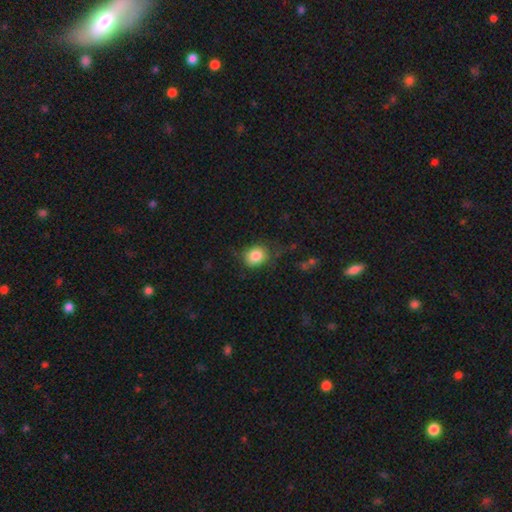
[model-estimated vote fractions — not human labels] Smooth or featured: smooth — 84% (star or artifact — 9%)
How rounded: round — 61% (in between — 38%)
Merging: none — 70% (minor disturbance — 21%)